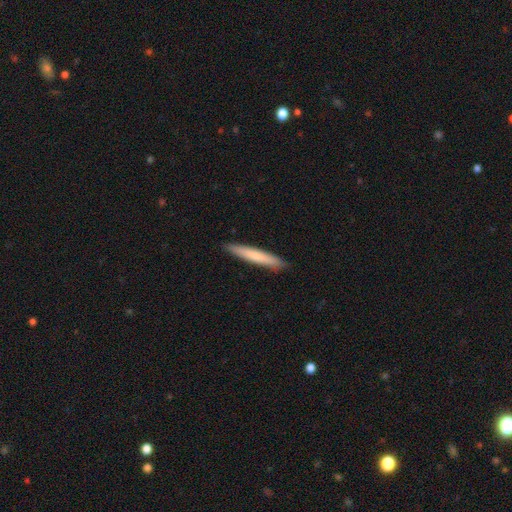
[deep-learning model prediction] This is likely a smooth galaxy (72%). How rounded: clearly cigar-shaped (95%). Merging: clearly none (91%).